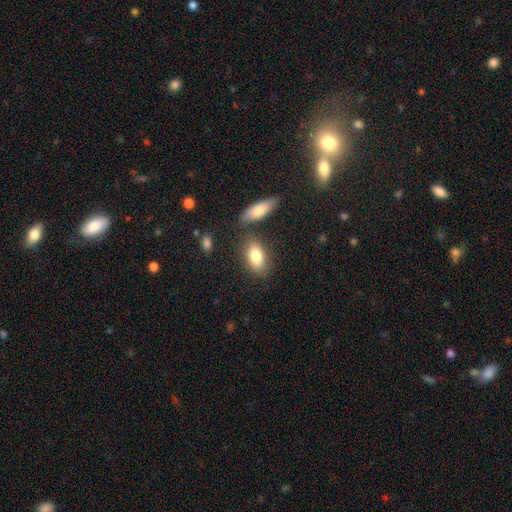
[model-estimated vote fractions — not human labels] smooth 80%, featured or disk 13%, star or artifact 7%. Down the decision tree: how rounded — in between (88%); merging — none (70%).